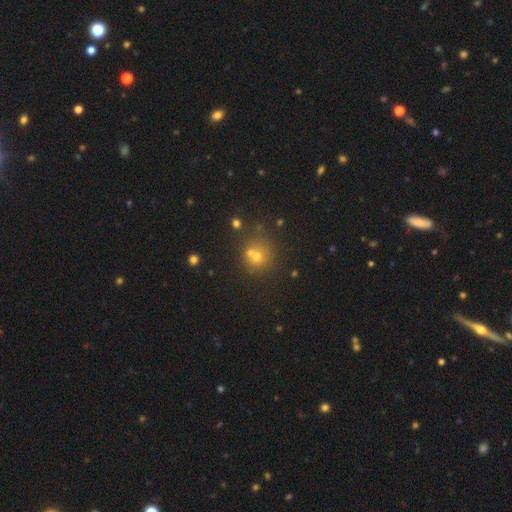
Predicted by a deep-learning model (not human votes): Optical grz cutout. It shows a smooth galaxy with no disk features (59%) that is round (85%). Merging: none (54%).